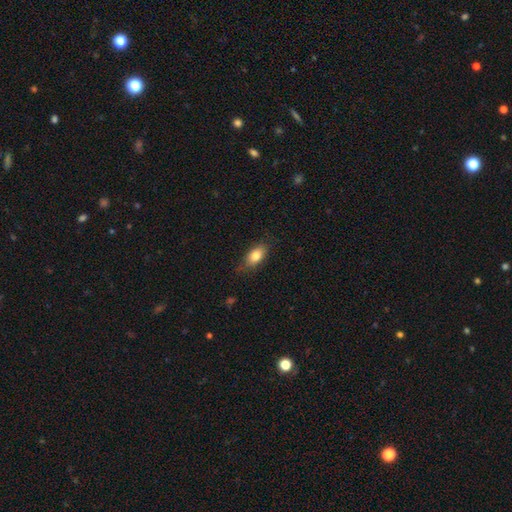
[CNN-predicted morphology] Smooth or featured? smooth (80%)
How rounded? in between (86%)
Merging? none (76%)